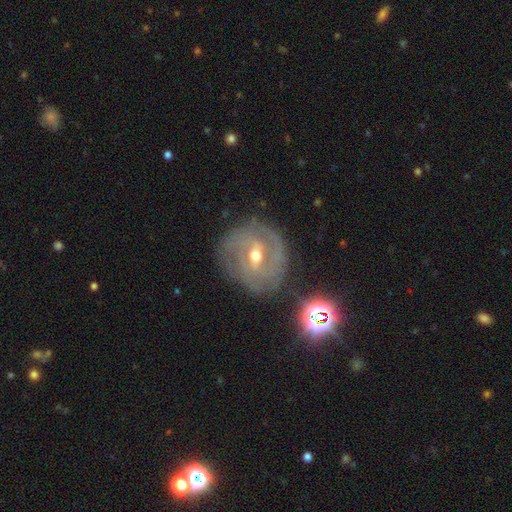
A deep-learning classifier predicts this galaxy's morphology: type=featured or disk (82%); edge-on=no (96%); bar=weak (51%); spiral arms=yes (89%); winding=tight (61%); arm count=2 (36%); bulge=moderate (63%); merging=none (75%).